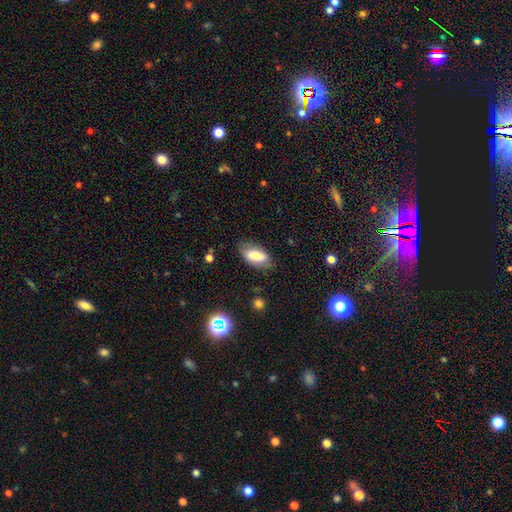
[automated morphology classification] This appears to be a smooth galaxy with no disk features (73%) that is in between round and cigar-shaped (88%). Merging: none (74%).